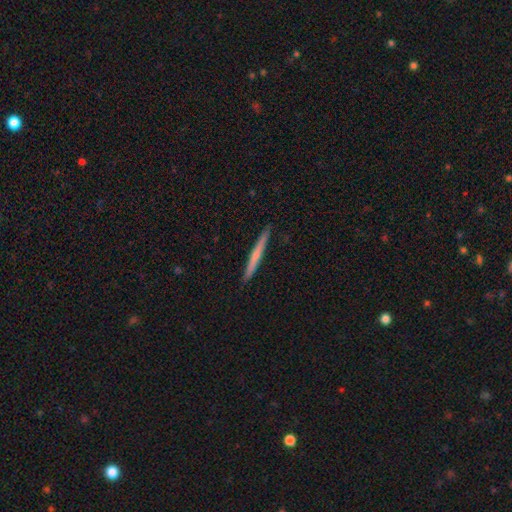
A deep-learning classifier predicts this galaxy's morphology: A featured or disk galaxy (48%).

Vote fractions:
- Smooth or featured? featured or disk: 48% / smooth: 47% / star or artifact: 6%
- Merging? none: 91% / minor disturbance: 6% / major disturbance: 1% / merger: 1%